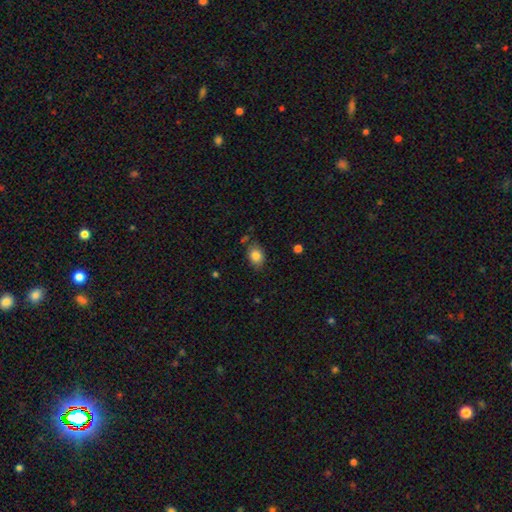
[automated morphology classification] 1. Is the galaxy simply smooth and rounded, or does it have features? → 83% smooth, 9% star or artifact, 8% featured or disk.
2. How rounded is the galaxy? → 65% in between, 34% round, 1% cigar-shaped.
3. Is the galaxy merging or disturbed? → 75% none, 18% minor disturbance, 4% major disturbance, 4% merger.